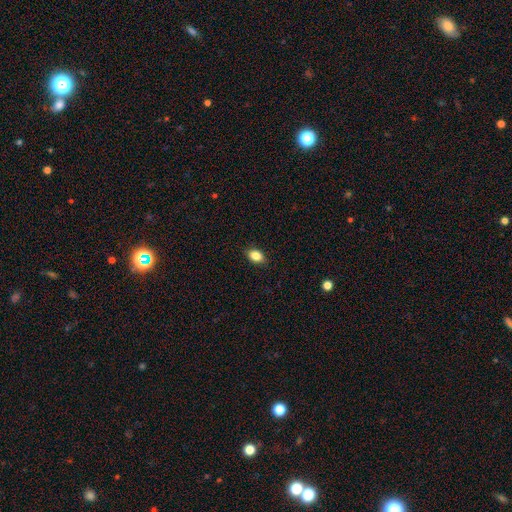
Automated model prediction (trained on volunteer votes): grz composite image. It shows a smooth galaxy with no disk features (86%) that is in between round and cigar-shaped (82%). Merging: none (88%).